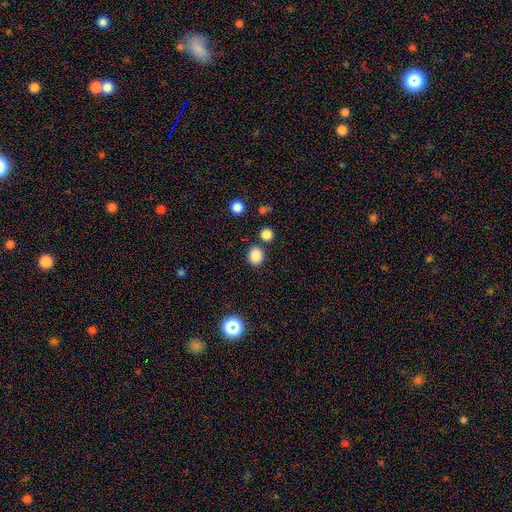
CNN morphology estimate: A smooth galaxy with no disk features (85%) that is round (69%). Merging: none (83%).